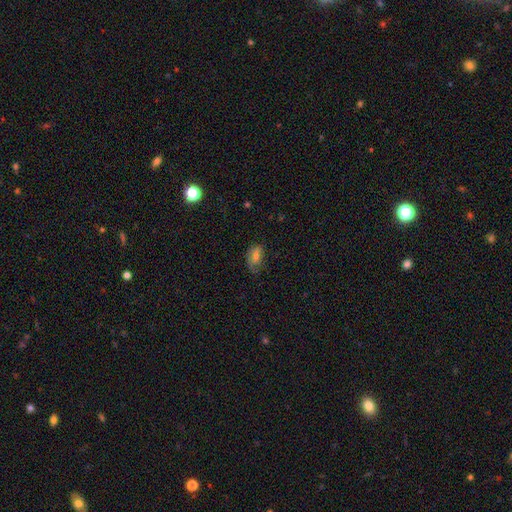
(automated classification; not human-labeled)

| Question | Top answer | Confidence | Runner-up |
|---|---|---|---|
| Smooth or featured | smooth | 58% | featured or disk (27%) |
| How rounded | in between | 85% | round (11%) |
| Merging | none | 59% | minor disturbance (27%) |